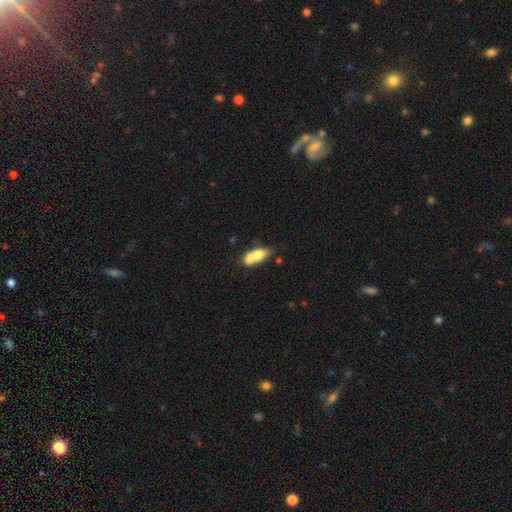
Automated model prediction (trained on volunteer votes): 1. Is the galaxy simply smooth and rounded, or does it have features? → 67% smooth, 24% featured or disk, 8% star or artifact.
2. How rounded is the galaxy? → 74% in between, 21% cigar-shaped, 5% round.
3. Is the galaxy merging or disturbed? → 39% merger, 31% none, 19% minor disturbance, 10% major disturbance.